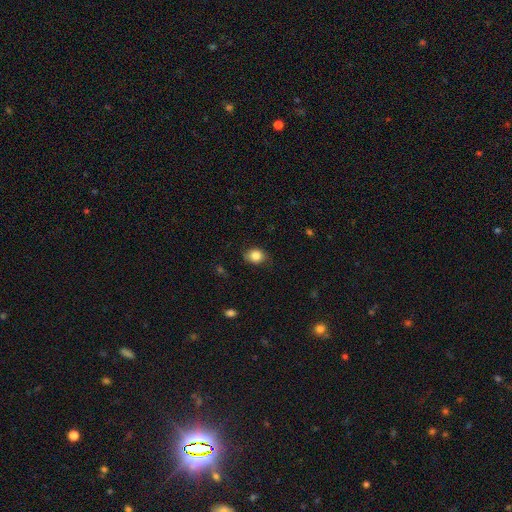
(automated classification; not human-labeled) Smooth or featured? smooth (84%)
How rounded? round (52%)
Merging? none (75%)